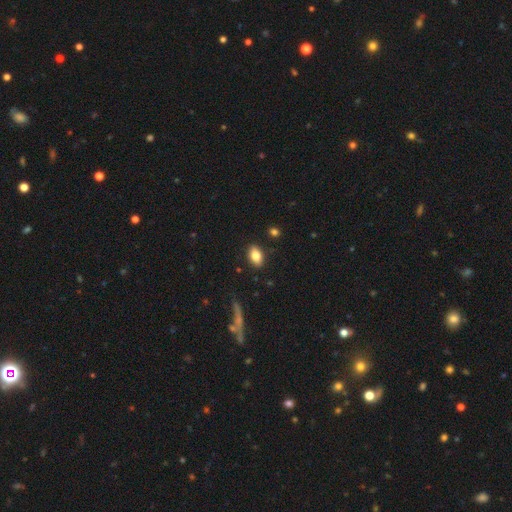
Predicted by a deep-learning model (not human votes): smooth 82%, featured or disk 10%, star or artifact 8%. Down the decision tree: how rounded — in between (88%); merging — none (87%).